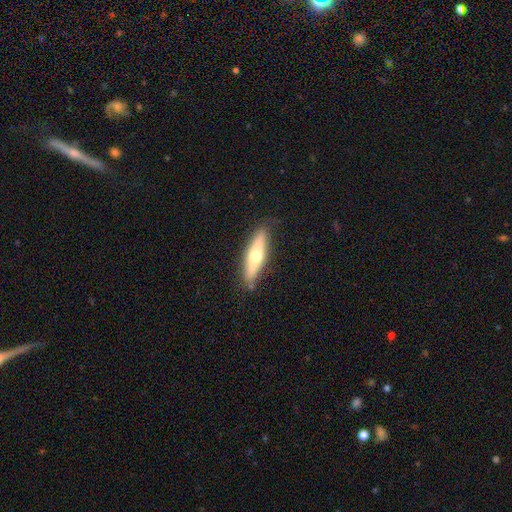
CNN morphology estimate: smooth 49%, featured or disk 45%, star or artifact 5%. Down the decision tree: merging — none (84%).